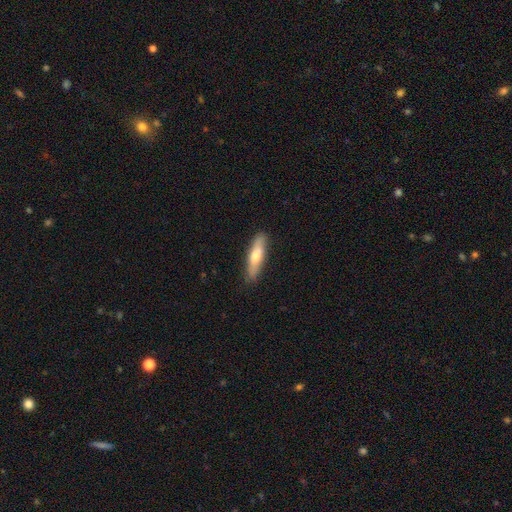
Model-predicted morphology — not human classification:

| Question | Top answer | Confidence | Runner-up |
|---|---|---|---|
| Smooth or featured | smooth | 61% | featured or disk (33%) |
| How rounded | cigar-shaped | 72% | in between (26%) |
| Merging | none | 87% | minor disturbance (10%) |